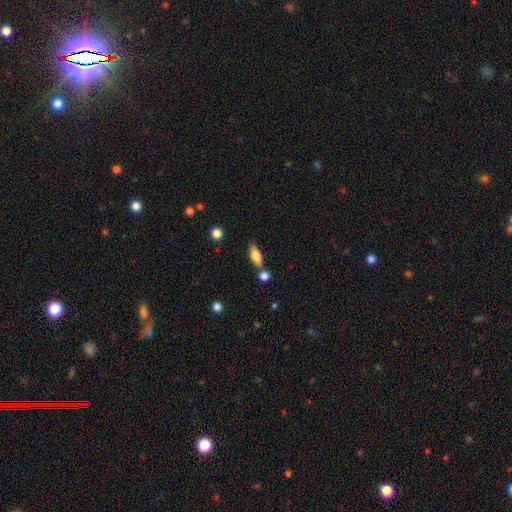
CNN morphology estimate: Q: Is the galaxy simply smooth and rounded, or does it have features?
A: smooth — 72%.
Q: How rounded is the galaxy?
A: in between — 69%.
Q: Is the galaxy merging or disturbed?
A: none — 68%.